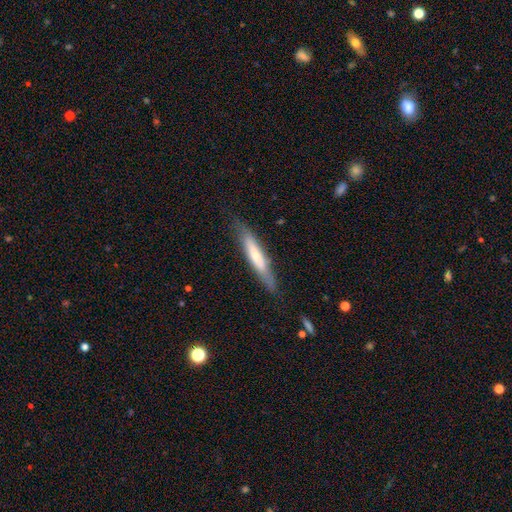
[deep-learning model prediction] smooth 53%, featured or disk 41%, star or artifact 6%. Down the decision tree: how rounded — cigar-shaped (90%); merging — none (80%).